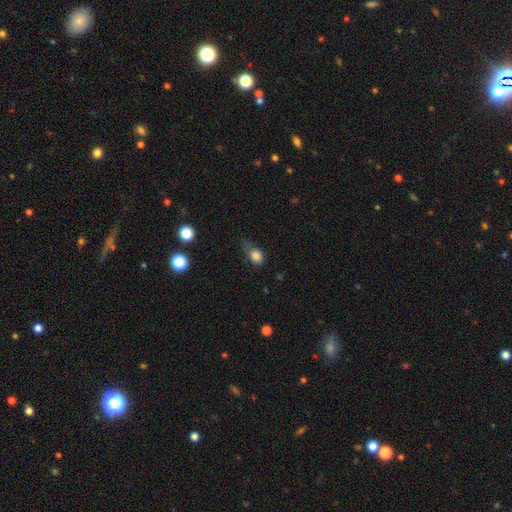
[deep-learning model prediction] This is clearly a smooth galaxy (83%). How rounded: likely in between (66%). Merging: marginally minor disturbance (40%).